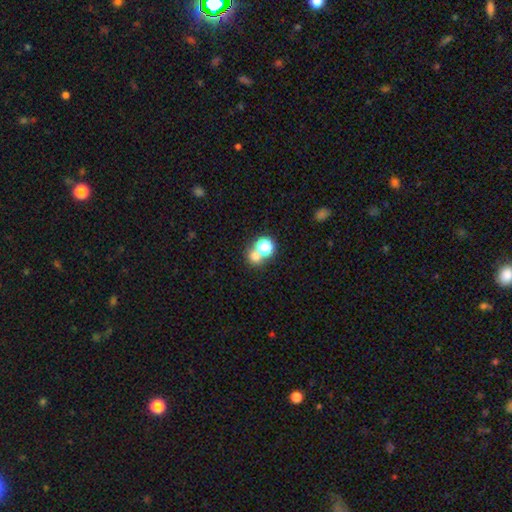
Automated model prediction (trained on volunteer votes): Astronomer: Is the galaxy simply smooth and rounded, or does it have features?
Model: smooth — 68%.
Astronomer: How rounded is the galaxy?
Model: round — 82%.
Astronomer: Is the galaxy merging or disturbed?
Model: none — 48% (runner-up: merger, 42%).